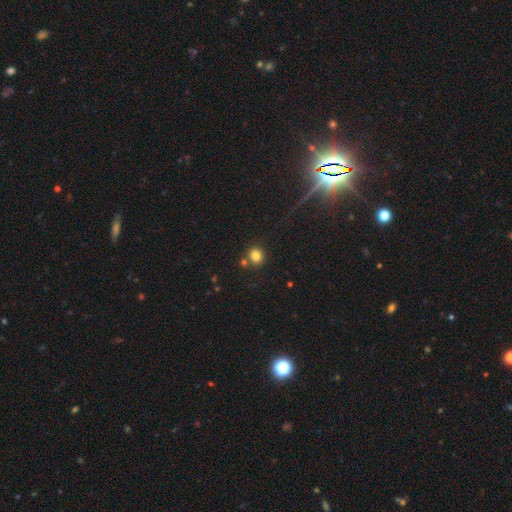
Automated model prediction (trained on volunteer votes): Smooth or featured: smooth — 81% (star or artifact — 12%)
How rounded: round — 83% (in between — 17%)
Merging: none — 74% (merger — 14%)